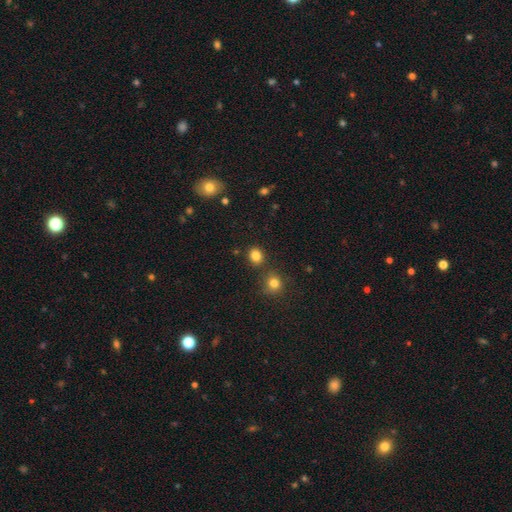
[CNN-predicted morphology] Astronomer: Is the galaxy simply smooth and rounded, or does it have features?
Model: smooth — 84%.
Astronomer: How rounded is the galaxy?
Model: round — 64%.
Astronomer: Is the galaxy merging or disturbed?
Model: none — 79%.